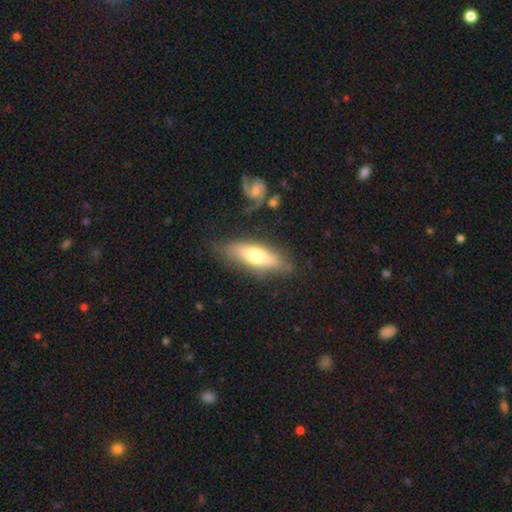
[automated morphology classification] smooth-or-featured: smooth: 58% | featured or disk: 36% | star or artifact: 6%
  how-rounded: in between: 51% | cigar-shaped: 46% | round: 2%
  merging: none: 73% | minor disturbance: 18% | major disturbance: 5% | merger: 4%